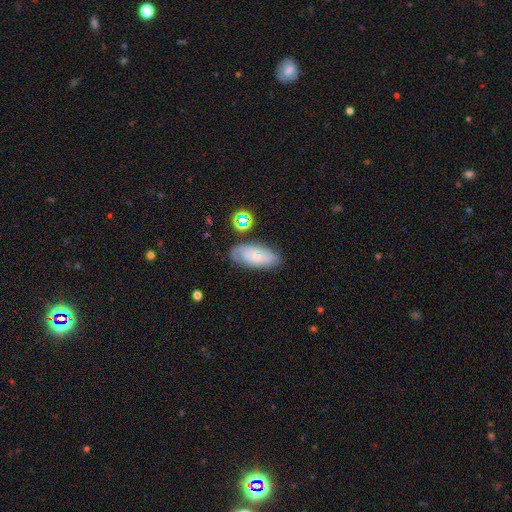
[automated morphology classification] Smooth or featured?
  - featured or disk: 55% *
  - smooth: 35%
  - star or artifact: 9%
Edge-on disk?
  - no: 91% *
  - yes: 9%
Bar?
  - no: 74% *
  - weak: 22%
  - strong: 4%
Spiral arms?
  - yes: 74% *
  - no: 26%
Bulge size?
  - small: 66% *
  - moderate: 26%
  - none: 5%
  - large: 2%
  - dominant: 1%
Merging?
  - none: 64% *
  - minor disturbance: 23%
  - major disturbance: 7%
  - merger: 5%